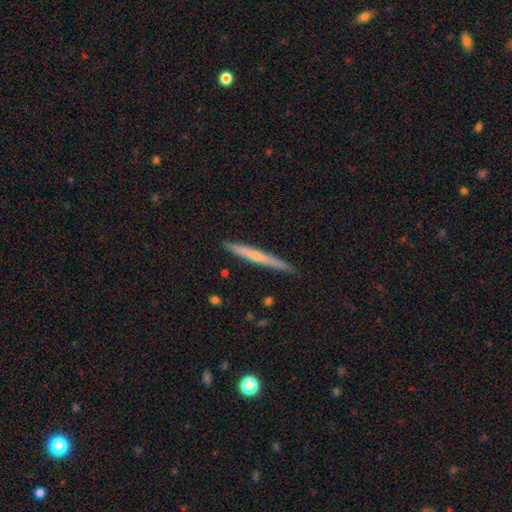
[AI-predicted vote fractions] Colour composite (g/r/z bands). It shows a featured or disk galaxy (56%) viewed edge-on (97%) with a rounded central bulge (50%). Merging: none (90%).